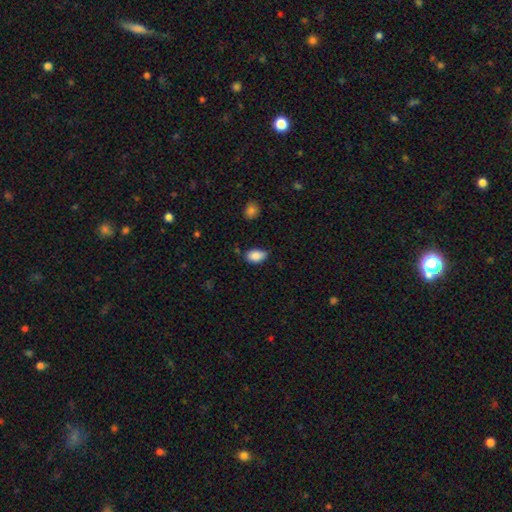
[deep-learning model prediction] Smooth or featured?
  - smooth: 87% *
  - star or artifact: 8%
  - featured or disk: 6%
How rounded?
  - in between: 91% *
  - round: 7%
  - cigar-shaped: 2%
Merging?
  - none: 68% *
  - minor disturbance: 25%
  - major disturbance: 4%
  - merger: 2%